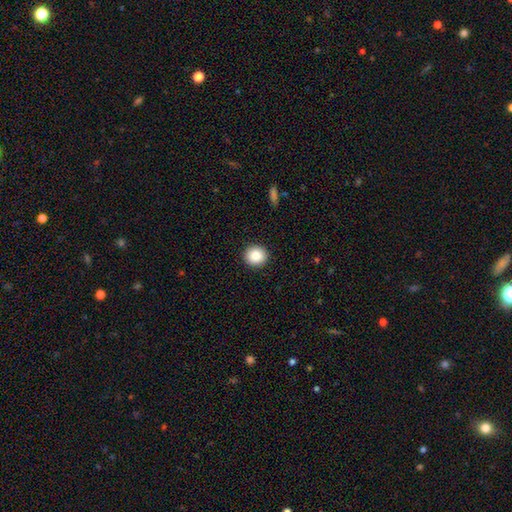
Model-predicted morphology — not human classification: The model was most divided on "smooth or featured": smooth: 88%, star or artifact: 9%, featured or disk: 4%. More confident: merging — none (92%); how rounded — round (90%).